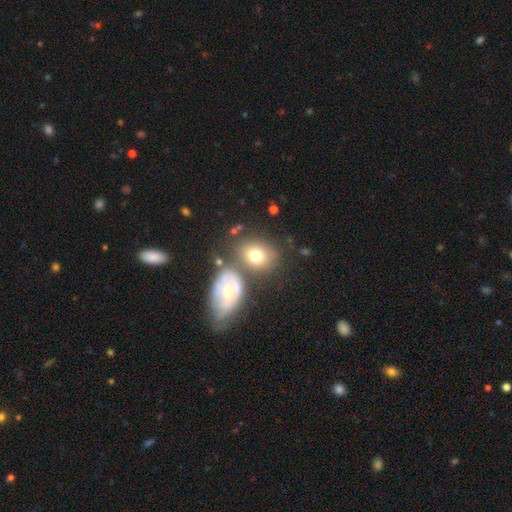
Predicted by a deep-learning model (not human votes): Smooth or featured? smooth (69%)
How rounded? in between (57%)
Merging? none (54%)